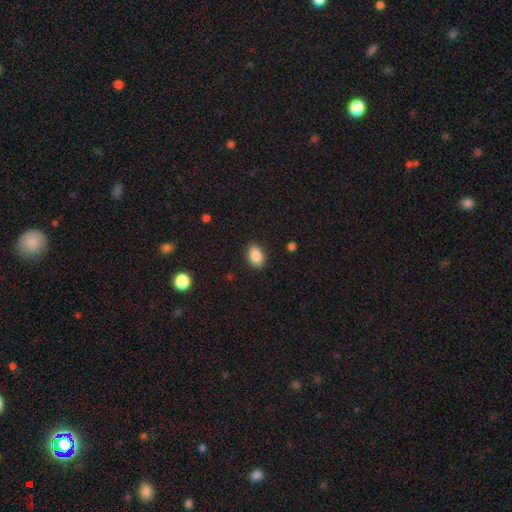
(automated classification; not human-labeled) smooth-or-featured: smooth: 88% | star or artifact: 8% | featured or disk: 4%
  how-rounded: in between: 84% | round: 15% | cigar-shaped: 1%
  merging: none: 88% | minor disturbance: 8% | major disturbance: 2% | merger: 1%